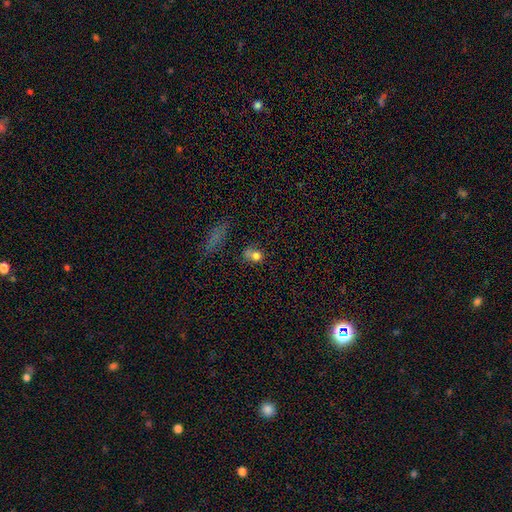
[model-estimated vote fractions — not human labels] The model was most divided on "merging": none: 54%, minor disturbance: 21%, merger: 14%, major disturbance: 11%. More confident: smooth or featured — smooth (72%); how rounded — round (69%).